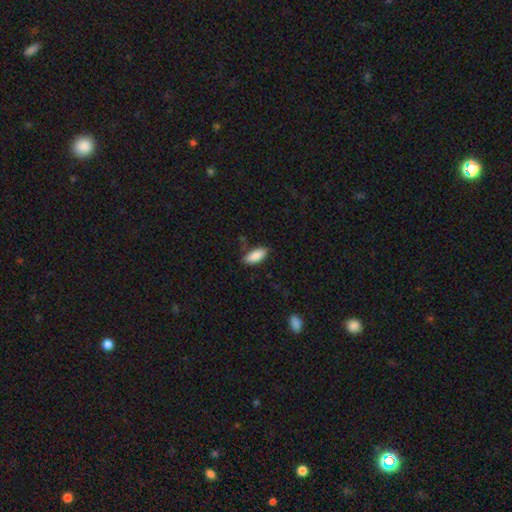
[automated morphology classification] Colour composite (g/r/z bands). It shows a smooth galaxy with no disk features (88%) that is in between round and cigar-shaped (85%). Merging: none (80%).